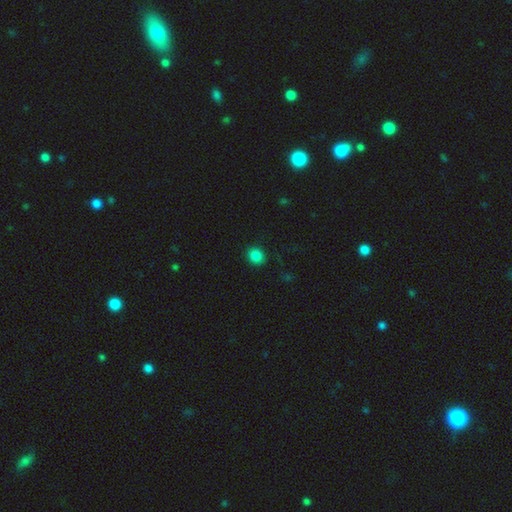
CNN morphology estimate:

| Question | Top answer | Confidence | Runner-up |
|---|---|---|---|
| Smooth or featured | smooth | 85% | star or artifact (11%) |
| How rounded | round | 73% | in between (26%) |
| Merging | none | 89% | minor disturbance (7%) |